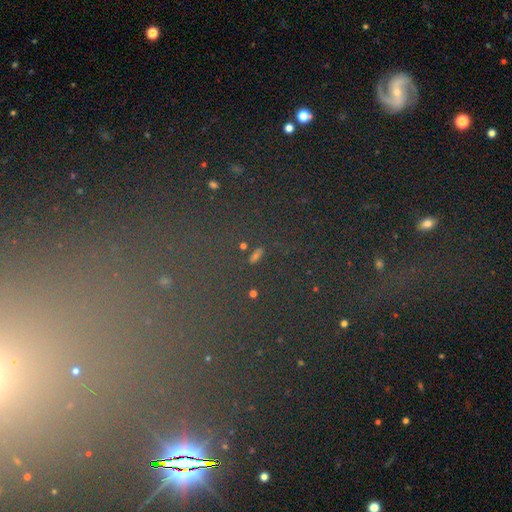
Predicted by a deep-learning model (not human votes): smooth_or_featured: star or artifact (p=0.73) [alt: smooth p=0.16]